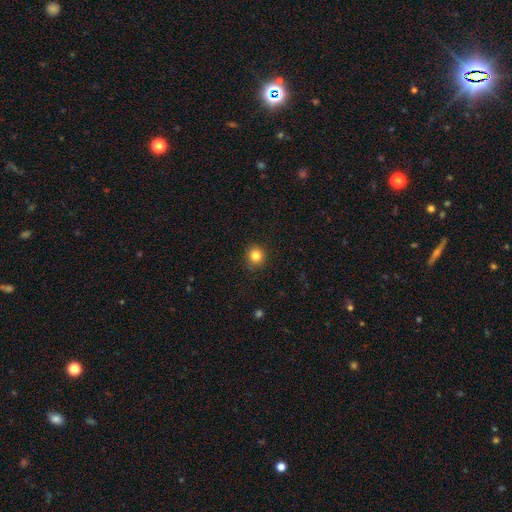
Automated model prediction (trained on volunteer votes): Smooth or featured?
  - smooth: 83% *
  - star or artifact: 11%
  - featured or disk: 5%
How rounded?
  - round: 92% *
  - in between: 7%
  - cigar-shaped: 1%
Merging?
  - none: 90% *
  - minor disturbance: 7%
  - major disturbance: 2%
  - merger: 1%